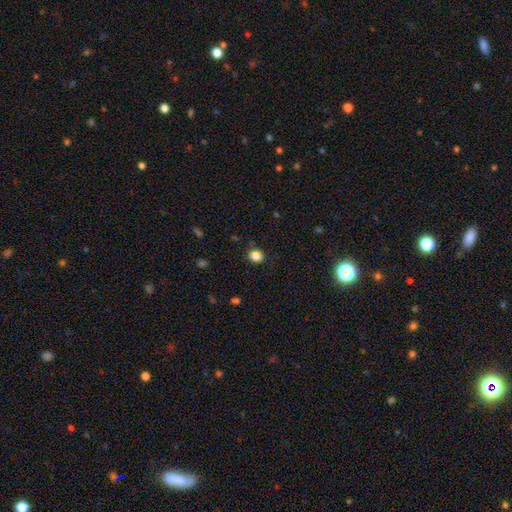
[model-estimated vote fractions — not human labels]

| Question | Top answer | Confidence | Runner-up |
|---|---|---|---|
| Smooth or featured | smooth | 83% | star or artifact (12%) |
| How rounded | round | 59% | in between (40%) |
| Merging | none | 83% | minor disturbance (11%) |